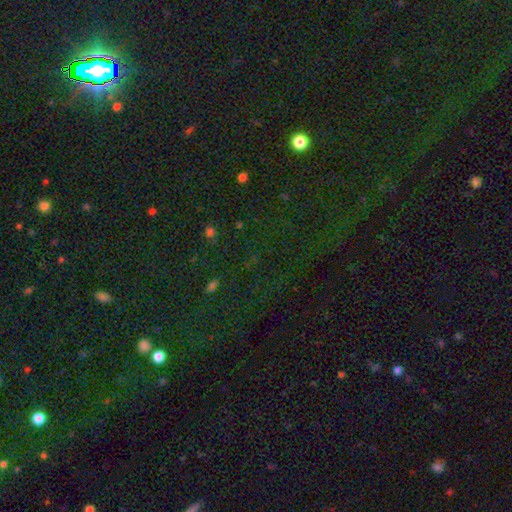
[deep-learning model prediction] smooth-or-featured: star or artifact: 74% | smooth: 17% | featured or disk: 8%